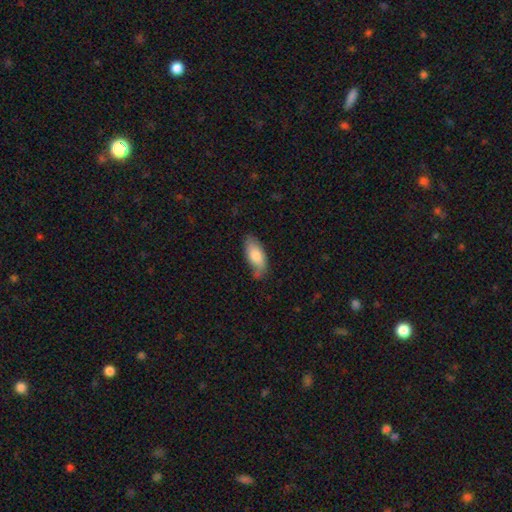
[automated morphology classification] This appears to be a smooth galaxy with no disk features (74%) that is in between round and cigar-shaped (88%). Merging: none (58%).